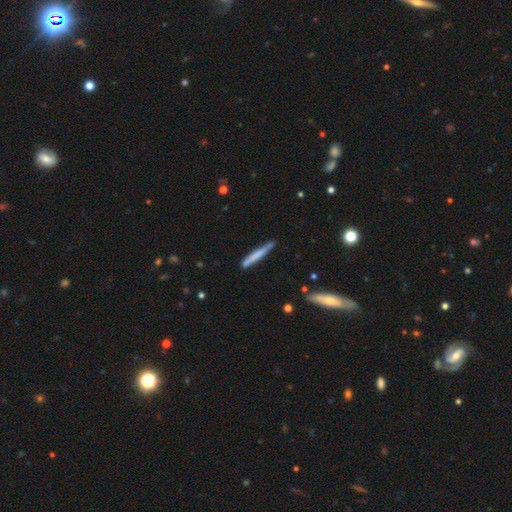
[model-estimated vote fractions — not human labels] Overall: smooth (61%; featured or disk 33%). How rounded: cigar-shaped (96%). Merging: none (79%).